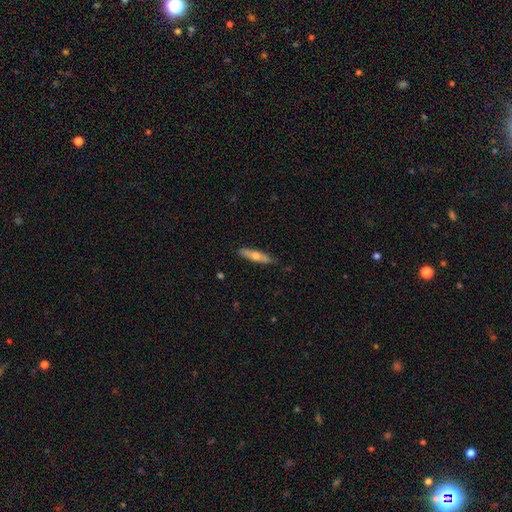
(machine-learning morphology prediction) smooth 57%, featured or disk 37%, star or artifact 6%. Down the decision tree: how rounded — cigar-shaped (78%); merging — none (85%).